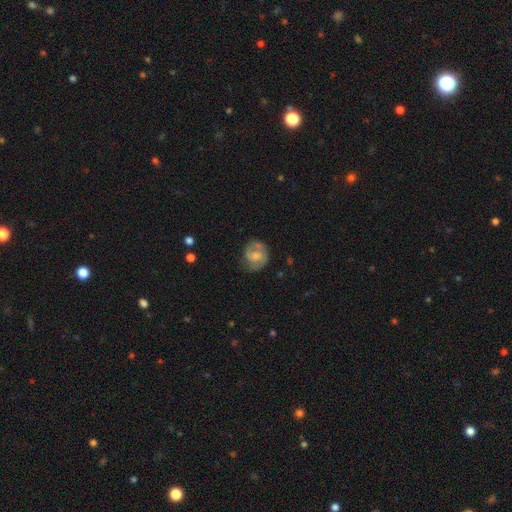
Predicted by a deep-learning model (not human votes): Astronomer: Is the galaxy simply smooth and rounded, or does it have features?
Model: featured or disk — 56% (runner-up: smooth, 37%).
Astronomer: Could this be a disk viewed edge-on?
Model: no — 98%.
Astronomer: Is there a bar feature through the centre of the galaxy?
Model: no — 58% (runner-up: weak, 35%).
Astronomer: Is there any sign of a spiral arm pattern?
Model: yes — 79%.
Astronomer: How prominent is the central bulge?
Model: moderate — 43% (runner-up: small, 36%).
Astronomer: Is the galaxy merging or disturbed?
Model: none — 60%.